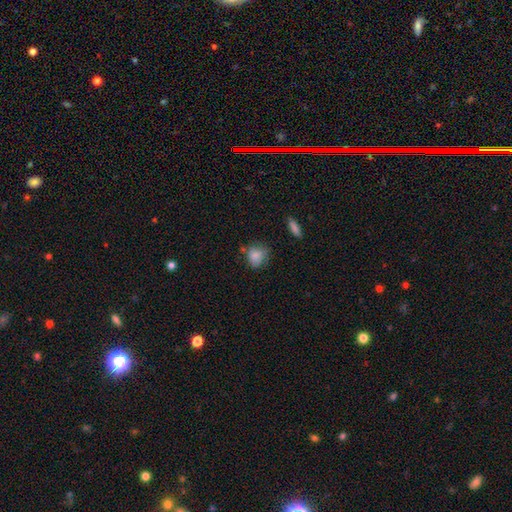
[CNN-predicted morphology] A smooth galaxy with no disk features (83%) that is round (58%). Merging: none (58%).